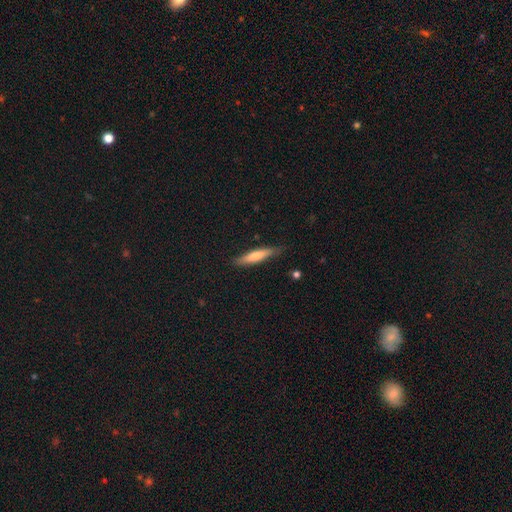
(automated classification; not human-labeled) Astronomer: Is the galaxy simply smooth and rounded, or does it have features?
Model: smooth — 65%.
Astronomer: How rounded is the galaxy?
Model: cigar-shaped — 84%.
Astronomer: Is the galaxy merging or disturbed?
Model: none — 82%.